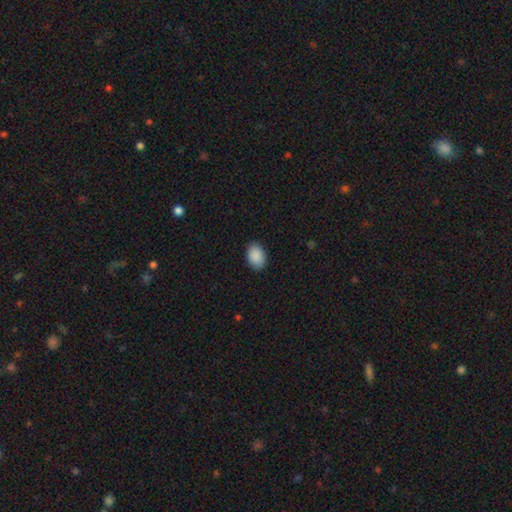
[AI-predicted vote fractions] smooth-or-featured: smooth: 91% | star or artifact: 7% | featured or disk: 3%
  how-rounded: in between: 81% | round: 18% | cigar-shaped: 1%
  merging: none: 88% | minor disturbance: 9% | major disturbance: 2% | merger: 1%